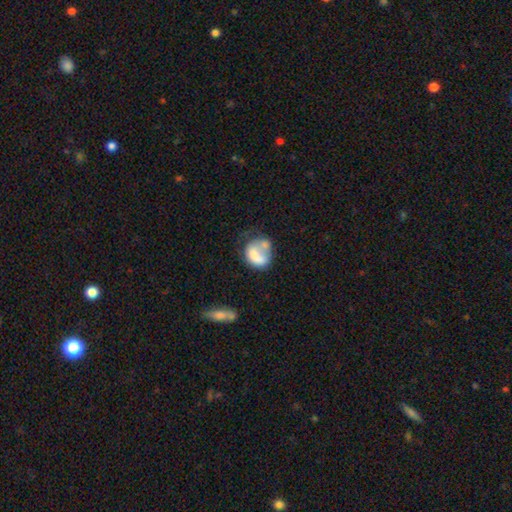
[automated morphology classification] Overall: smooth (59%; featured or disk 32%). How rounded: round (51%; in between 47%). Merging: merger (30%; none 26%).